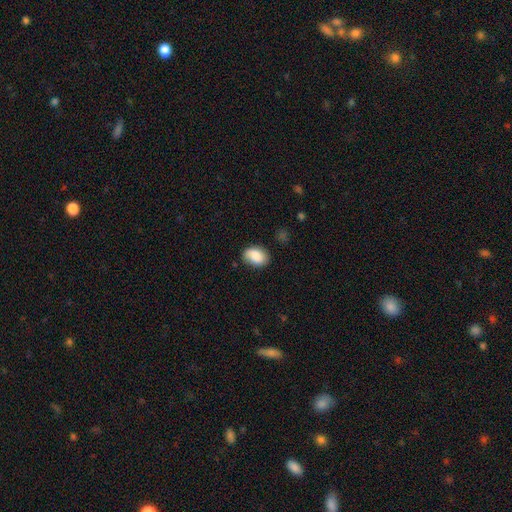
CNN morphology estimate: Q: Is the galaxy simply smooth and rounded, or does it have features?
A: smooth — 80%.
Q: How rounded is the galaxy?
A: in between — 80%.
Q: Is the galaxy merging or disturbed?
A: none — 76%.